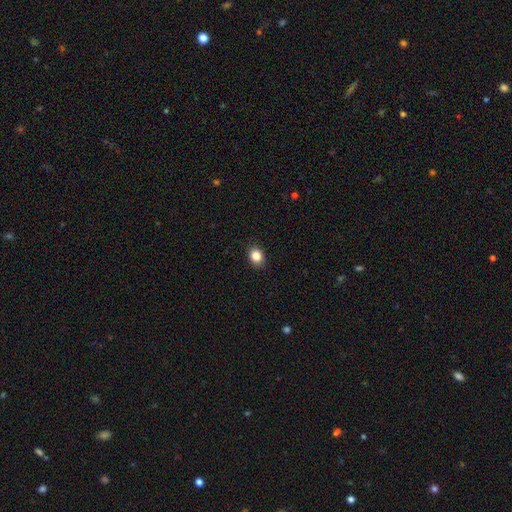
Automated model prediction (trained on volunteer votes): smooth_or_featured: smooth (p=0.85) [alt: star or artifact p=0.10]
how_rounded: round (p=0.52) [alt: in between p=0.47]
merging: none (p=0.90) [alt: minor disturbance p=0.07]